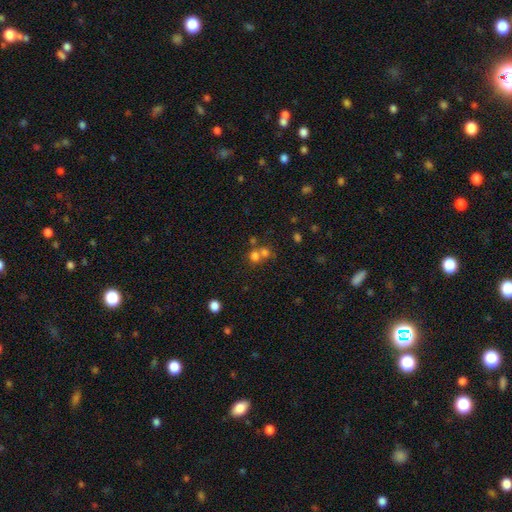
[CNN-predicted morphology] A smooth galaxy with no disk features (68%) that is round (81%).

Vote fractions:
- Smooth or featured? smooth: 68% / star or artifact: 19% / featured or disk: 13%
- How rounded? round: 81% / in between: 18% / cigar-shaped: 1%
- Merging? merger: 49% / none: 41% / minor disturbance: 6% / major disturbance: 3%